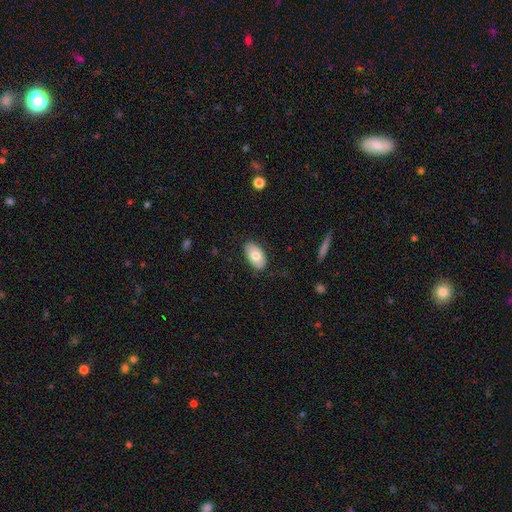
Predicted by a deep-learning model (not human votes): Smooth or featured? Predicted: smooth (p=0.70). How rounded? Predicted: in between (p=0.94). Merging? Predicted: none (p=0.82).